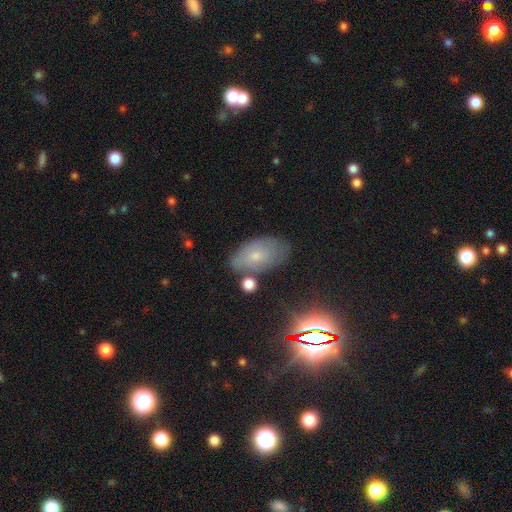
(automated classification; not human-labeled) smooth 60%, featured or disk 24%, star or artifact 16%. Down the decision tree: how rounded — in between (92%); merging — none (67%).